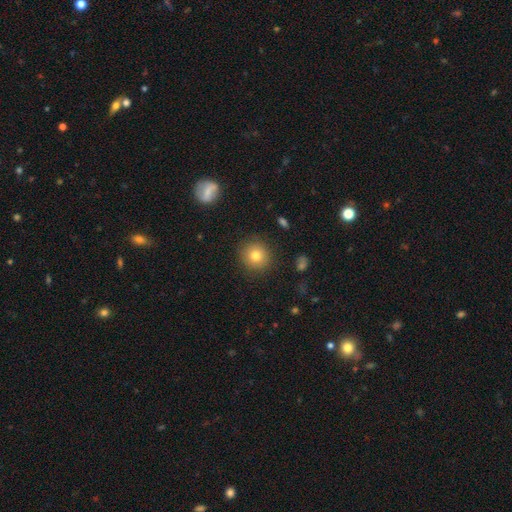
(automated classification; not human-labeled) smooth 78%, star or artifact 11%, featured or disk 10%. Down the decision tree: how rounded — round (91%); merging — none (88%).